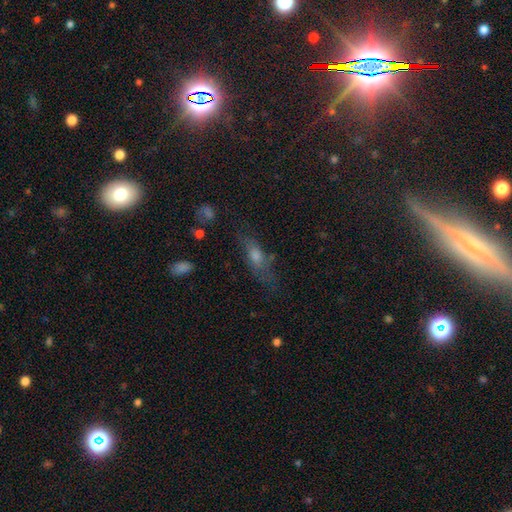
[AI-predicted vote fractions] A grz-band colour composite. It shows a smooth galaxy with no disk features (50%) that is in between round and cigar-shaped (49%). Merging: none (61%).